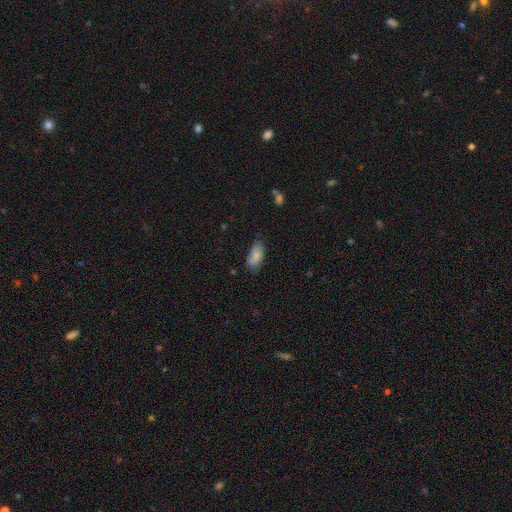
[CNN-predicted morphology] smooth-or-featured: smooth: 81% | featured or disk: 12% | star or artifact: 7%
  how-rounded: in between: 91% | cigar-shaped: 6% | round: 3%
  merging: none: 65% | minor disturbance: 27% | major disturbance: 6% | merger: 2%